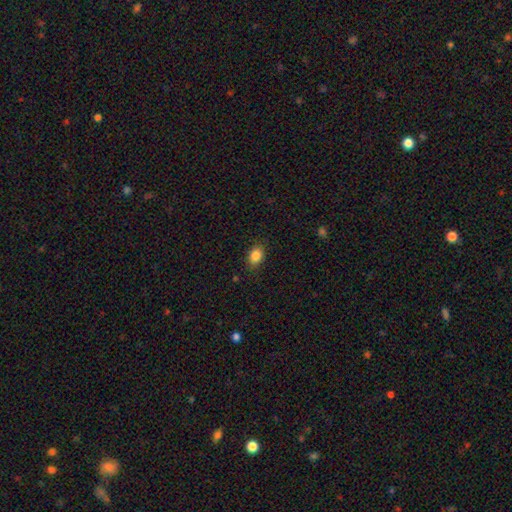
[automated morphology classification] smooth_or_featured: smooth (p=0.85) [alt: star or artifact p=0.10]
how_rounded: in between (p=0.65) [alt: round p=0.33]
merging: none (p=0.84) [alt: minor disturbance p=0.12]